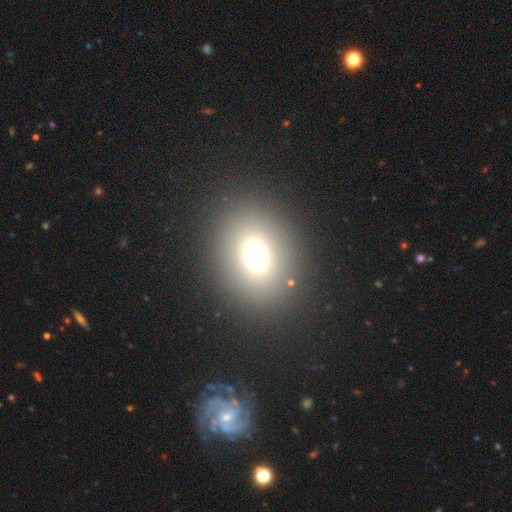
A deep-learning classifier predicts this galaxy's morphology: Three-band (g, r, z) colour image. It shows a smooth galaxy with no disk features (72%) that is in between round and cigar-shaped (56%). Merging: none (87%).